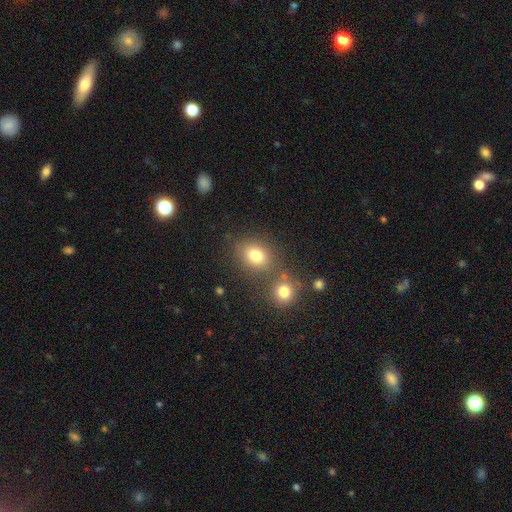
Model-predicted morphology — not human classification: Smooth or featured: smooth — 78% (star or artifact — 13%)
How rounded: round — 53% (in between — 46%)
Merging: none — 63% (merger — 22%)